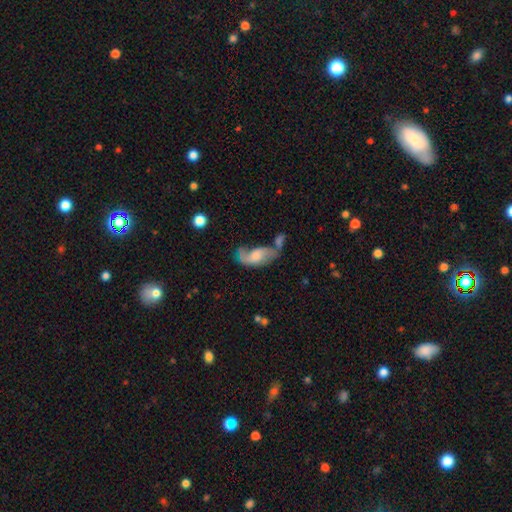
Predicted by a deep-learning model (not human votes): smooth-or-featured: featured or disk: 51% | smooth: 41% | star or artifact: 8%
  disk-edge-on: no: 93% | yes: 7%
  merging: none: 28% | merger: 27% | major disturbance: 23% | minor disturbance: 22%